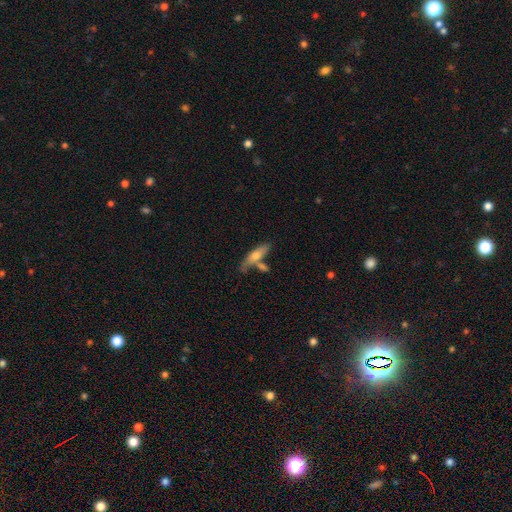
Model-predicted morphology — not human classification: This is possibly a smooth galaxy (55%). How rounded: likely cigar-shaped (66%). Merging: possibly none (54%).